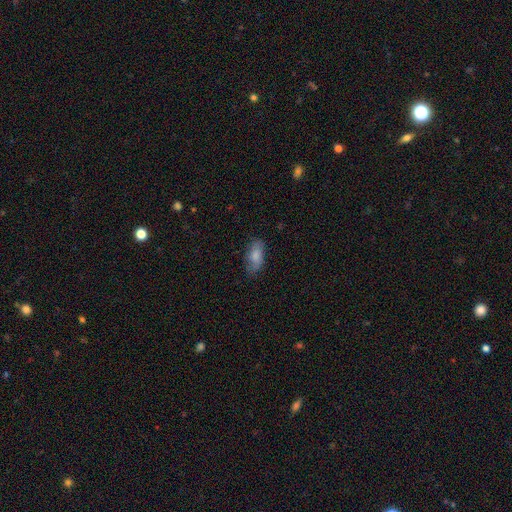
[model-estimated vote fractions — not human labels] A smooth galaxy with no disk features (78%) that is in between round and cigar-shaped (89%).

Vote fractions:
- Smooth or featured? smooth: 78% / featured or disk: 15% / star or artifact: 7%
- How rounded? in between: 89% / cigar-shaped: 8% / round: 3%
- Merging? none: 71% / minor disturbance: 21% / major disturbance: 6% / merger: 1%